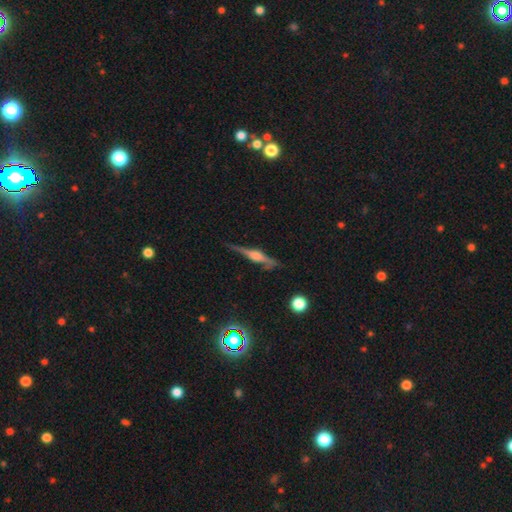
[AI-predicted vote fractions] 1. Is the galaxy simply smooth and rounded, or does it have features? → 79% featured or disk, 15% smooth, 6% star or artifact.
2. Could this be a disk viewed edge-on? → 97% yes, 3% no.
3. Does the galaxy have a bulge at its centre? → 86% rounded, 11% boxy, 4% none.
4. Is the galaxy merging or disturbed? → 79% none, 15% minor disturbance, 4% major disturbance, 2% merger.